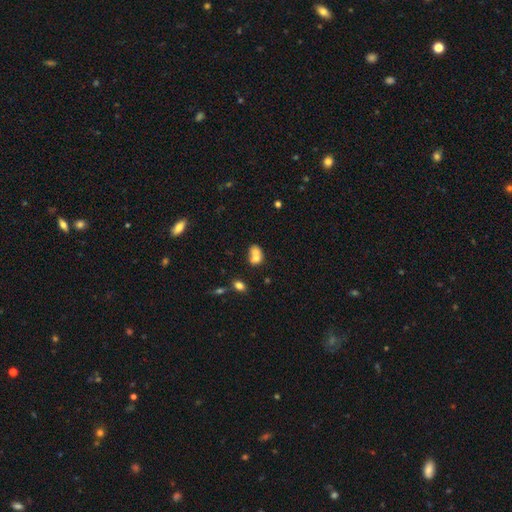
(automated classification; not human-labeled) The model was most divided on "how rounded": in between: 55%, round: 44%, cigar-shaped: 1%. More confident: smooth or featured — smooth (68%); merging — merger (65%).